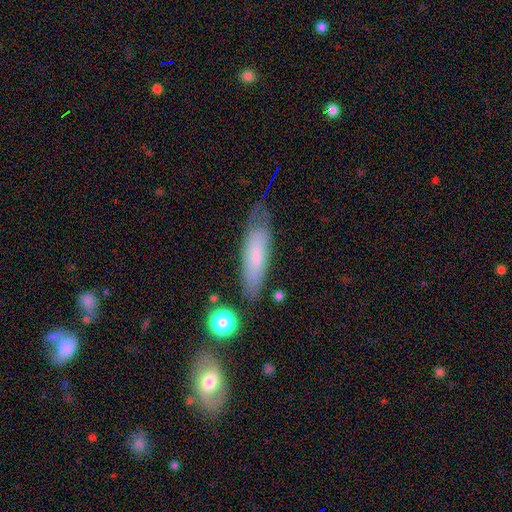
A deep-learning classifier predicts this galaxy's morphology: Smooth or featured: smooth — 66% (featured or disk — 26%)
How rounded: cigar-shaped — 63% (in between — 36%)
Merging: none — 60% (minor disturbance — 26%)